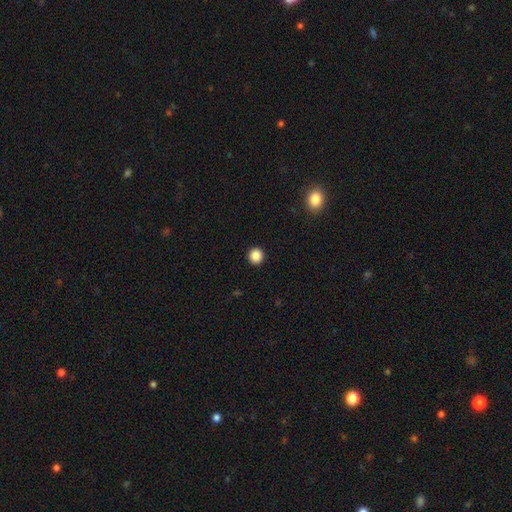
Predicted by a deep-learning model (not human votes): smooth_or_featured: smooth (p=0.87) [alt: star or artifact p=0.10]
how_rounded: round (p=0.94) [alt: in between p=0.05]
merging: none (p=0.93) [alt: minor disturbance p=0.04]